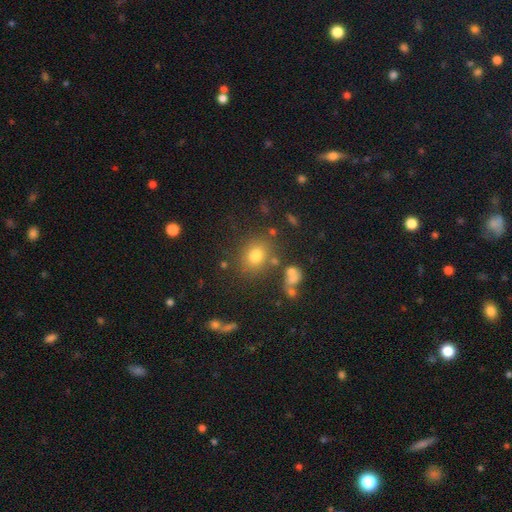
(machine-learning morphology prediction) Smooth or featured? Predicted: smooth (p=0.74). How rounded? Predicted: round (p=0.64). Merging? Predicted: none (p=0.79).